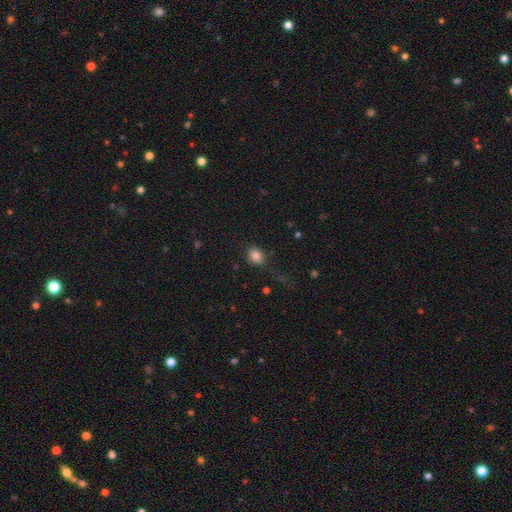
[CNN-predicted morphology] This is clearly a smooth galaxy (84%). How rounded: likely in between (66%). Merging: likely none (73%).